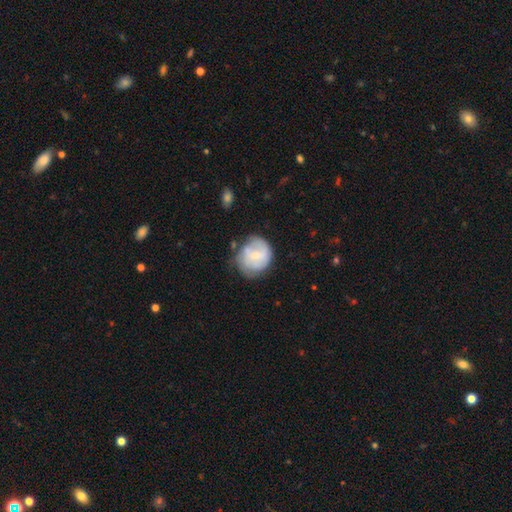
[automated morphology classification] The model was most divided on "smooth or featured": smooth: 54%, featured or disk: 38%, star or artifact: 7%. Remaining: how rounded — round (70%); merging — none (50%).